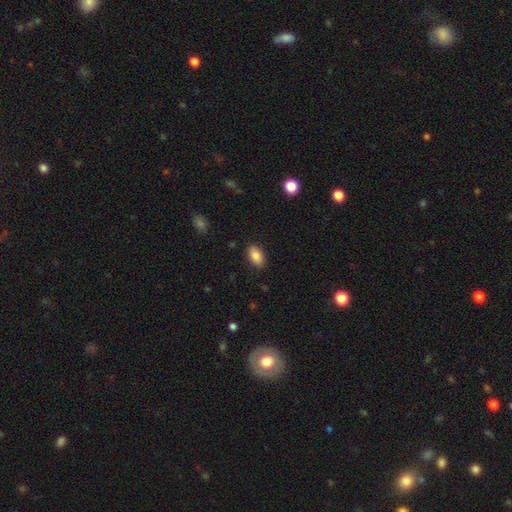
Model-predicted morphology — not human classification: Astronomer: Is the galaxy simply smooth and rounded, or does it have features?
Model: smooth — 85%.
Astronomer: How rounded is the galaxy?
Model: in between — 92%.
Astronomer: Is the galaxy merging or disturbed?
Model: none — 88%.